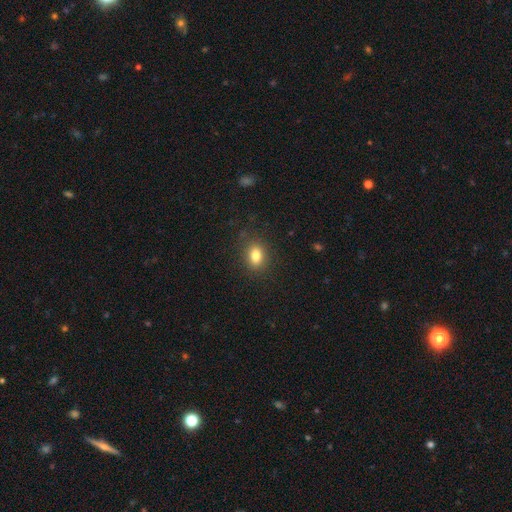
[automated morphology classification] A smooth galaxy with no disk features (82%) that is in between round and cigar-shaped (68%).

Vote fractions:
- Smooth or featured? smooth: 82% / star or artifact: 11% / featured or disk: 7%
- How rounded? in between: 68% / round: 30% / cigar-shaped: 2%
- Merging? none: 86% / minor disturbance: 10% / major disturbance: 3% / merger: 1%